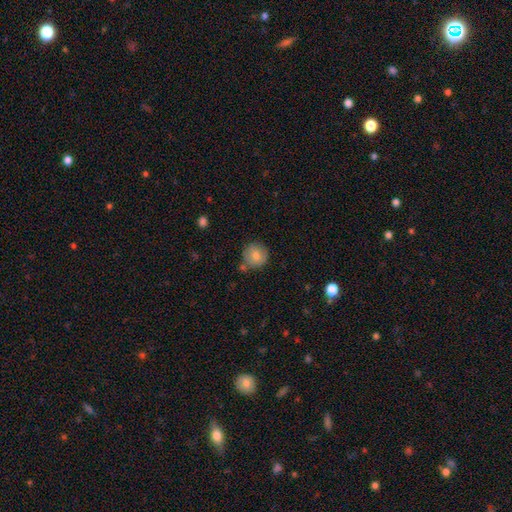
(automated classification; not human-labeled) A smooth galaxy with no disk features (78%) that is round (92%).

Vote fractions:
- Smooth or featured? smooth: 78% / featured or disk: 14% / star or artifact: 8%
- How rounded? round: 92% / in between: 7% / cigar-shaped: 1%
- Merging? none: 76% / minor disturbance: 13% / merger: 7% / major disturbance: 3%